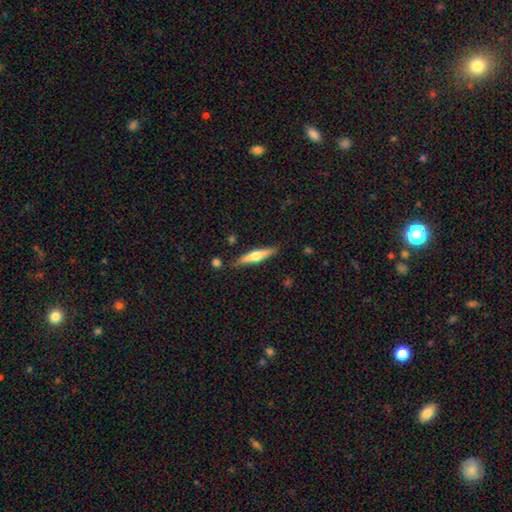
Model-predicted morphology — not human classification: A featured or disk galaxy (53%) viewed edge-on (95%). Merging: none (85%).